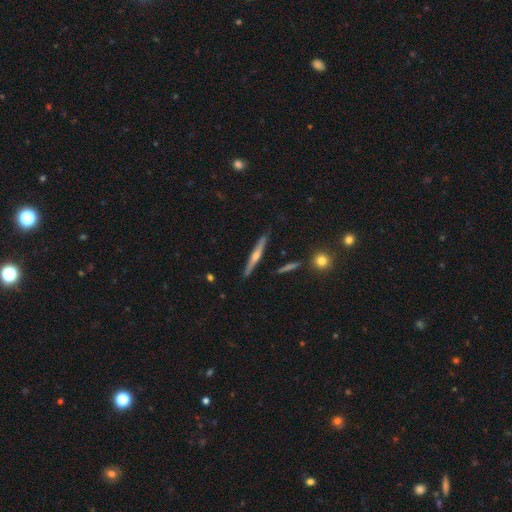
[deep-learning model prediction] Smooth or featured? featured or disk (76%)
Edge-on disk? yes (98%)
Edge-on bulge? rounded (86%)
Merging? none (90%)